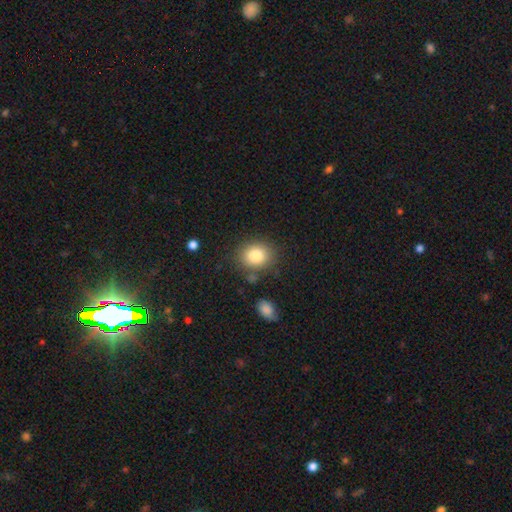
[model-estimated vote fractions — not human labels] smooth 83%, star or artifact 9%, featured or disk 8%. Down the decision tree: how rounded — round (62%); merging — none (80%).